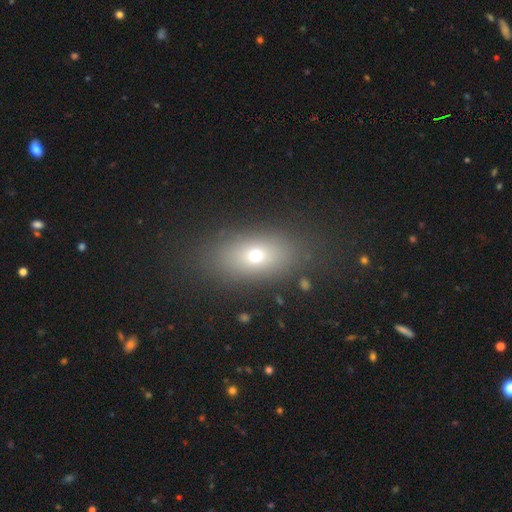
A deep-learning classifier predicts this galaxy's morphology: A smooth galaxy with no disk features (65%) that is in between round and cigar-shaped (77%).

Vote fractions:
- Smooth or featured? smooth: 65% / featured or disk: 19% / star or artifact: 15%
- How rounded? in between: 77% / round: 17% / cigar-shaped: 6%
- Merging? none: 81% / minor disturbance: 10% / major disturbance: 7% / merger: 2%